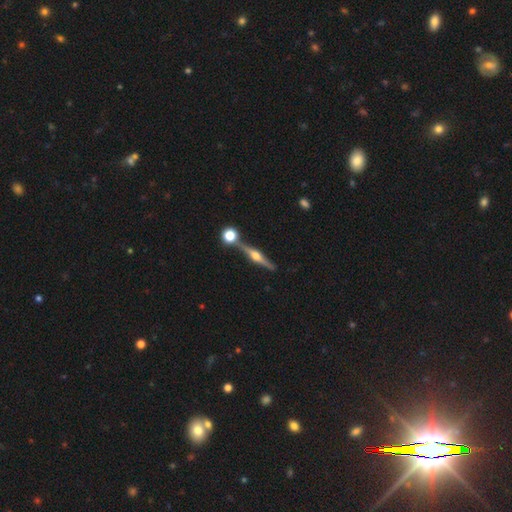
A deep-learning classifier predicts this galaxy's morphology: smooth_or_featured: featured or disk (p=0.82) [alt: smooth p=0.12]
disk_edge_on: yes (p=0.98) [alt: no p=0.02]
edge_on_bulge: rounded (p=0.95) [alt: boxy p=0.03]
merging: none (p=0.79) [alt: merger p=0.11]